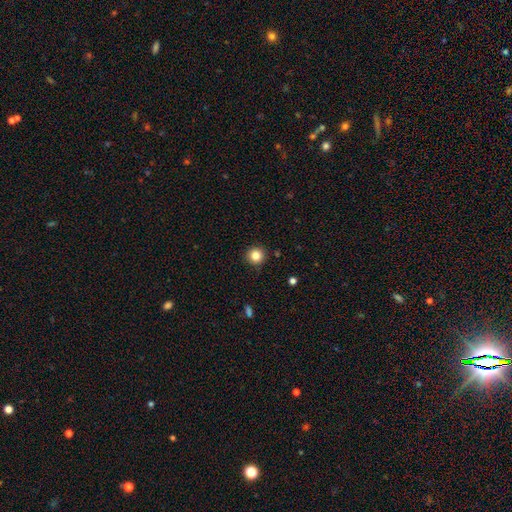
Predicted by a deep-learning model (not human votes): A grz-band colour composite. It shows a smooth galaxy with no disk features (84%) that is round (95%). Merging: none (91%).